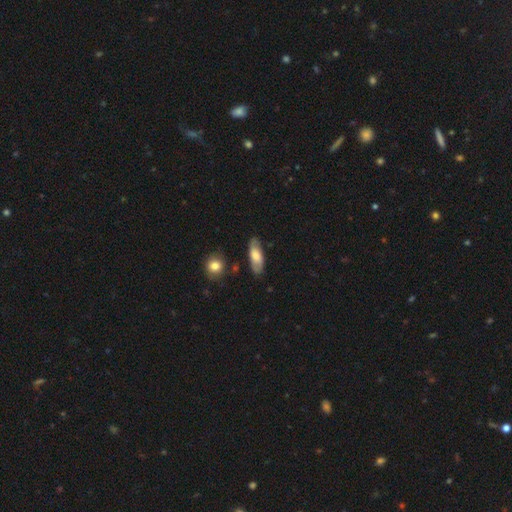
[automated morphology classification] smooth_or_featured: smooth (p=0.57) [alt: featured or disk p=0.37]
how_rounded: in between (p=0.75) [alt: cigar-shaped p=0.22]
merging: none (p=0.77) [alt: minor disturbance p=0.17]